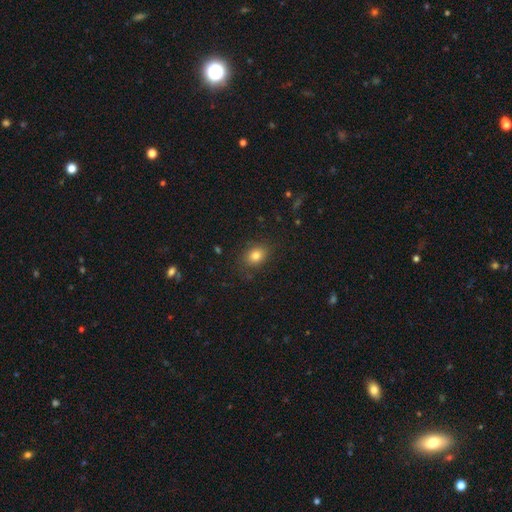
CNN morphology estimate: Smooth or featured? Predicted: smooth (p=0.82). How rounded? Predicted: in between (p=0.61). Merging? Predicted: none (p=0.83).